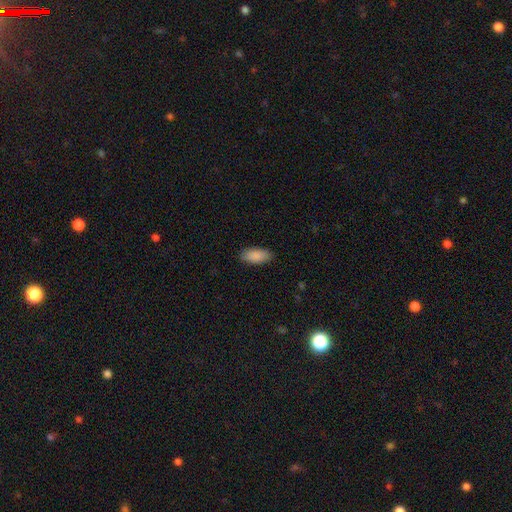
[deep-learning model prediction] smooth-or-featured: smooth: 89% | star or artifact: 6% | featured or disk: 5%
  how-rounded: in between: 87% | cigar-shaped: 11% | round: 2%
  merging: none: 87% | minor disturbance: 10% | major disturbance: 2% | merger: 1%